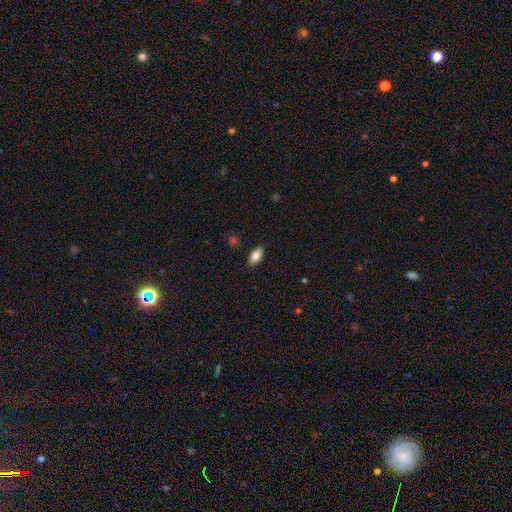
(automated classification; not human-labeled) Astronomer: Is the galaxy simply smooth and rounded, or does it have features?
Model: smooth — 79%.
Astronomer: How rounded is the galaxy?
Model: in between — 87%.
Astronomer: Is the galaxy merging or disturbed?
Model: none — 85%.